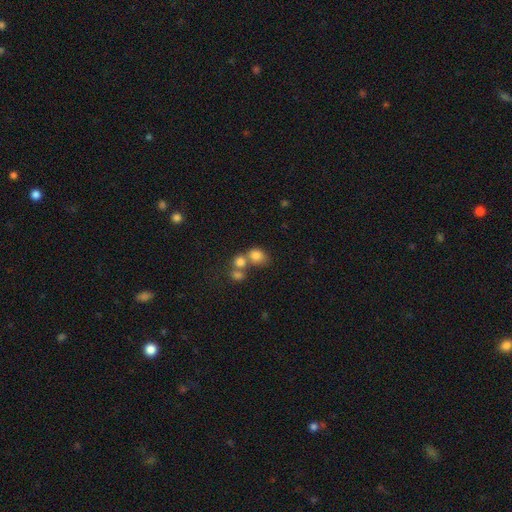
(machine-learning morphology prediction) smooth-or-featured: smooth: 77% | star or artifact: 12% | featured or disk: 11%
  how-rounded: round: 56% | in between: 42% | cigar-shaped: 1%
  merging: merger: 46% | none: 39% | minor disturbance: 10% | major disturbance: 6%